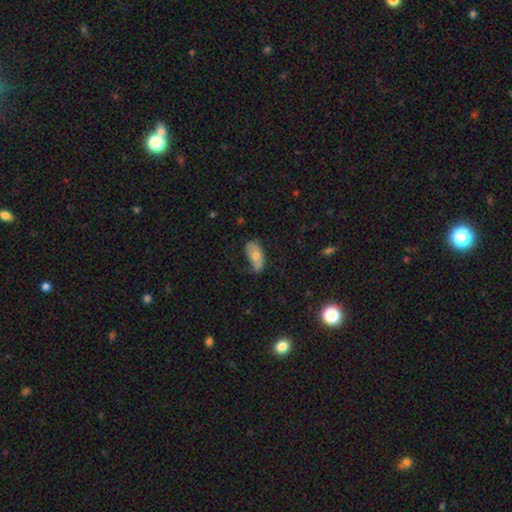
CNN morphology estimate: Smooth or featured?
  - smooth: 62% *
  - featured or disk: 30%
  - star or artifact: 8%
How rounded?
  - in between: 90% *
  - cigar-shaped: 6%
  - round: 5%
Merging?
  - none: 43% *
  - minor disturbance: 35%
  - major disturbance: 16%
  - merger: 5%